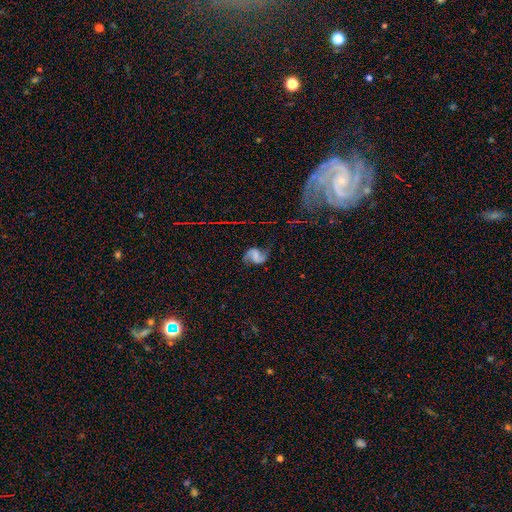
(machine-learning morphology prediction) Smooth or featured? Predicted: featured or disk (p=0.82). Edge-on disk? Predicted: no (p=0.98). Bar? Predicted: weak (p=0.46). Spiral arms? Predicted: yes (p=0.96). Spiral winding? Predicted: loose (p=0.54). Spiral arm count? Predicted: 2 (p=0.93). Bulge size? Predicted: none (p=0.50). Merging? Predicted: none (p=0.74).